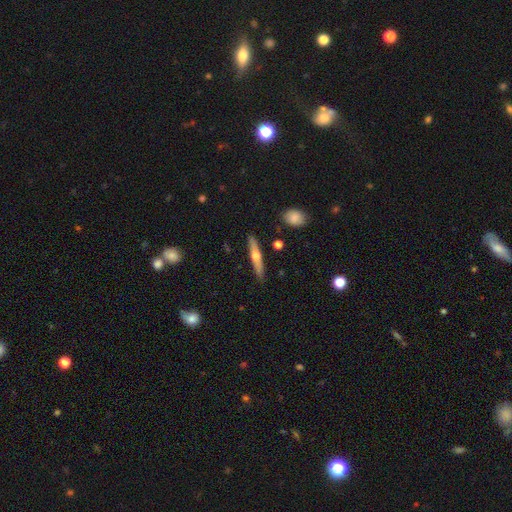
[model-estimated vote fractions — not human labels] This is possibly a featured or disk galaxy (57%). It is clearly viewed edge-on (96%). Edge-on bulge: clearly rounded (91%). Merging: clearly none (89%).